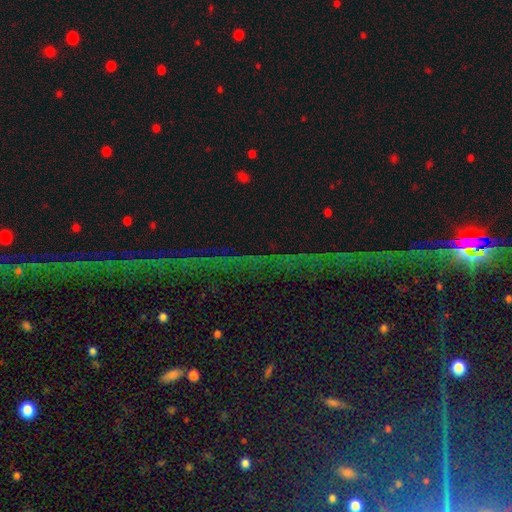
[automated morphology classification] A star or artifact, not a galaxy (75%).

Vote fractions:
- Smooth or featured? star or artifact: 75% / featured or disk: 14% / smooth: 11%